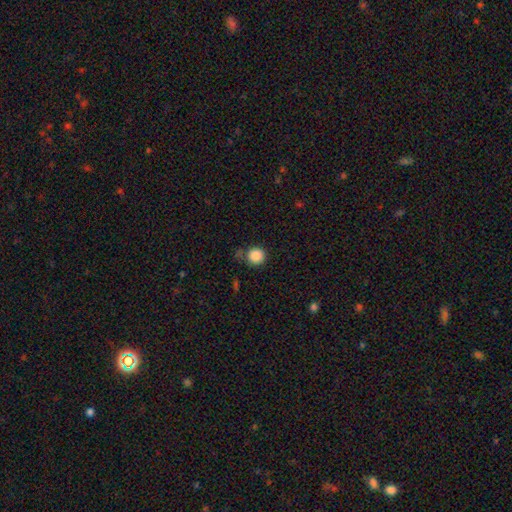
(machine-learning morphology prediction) A smooth galaxy with no disk features (87%) that is round (93%). Merging: none (76%).